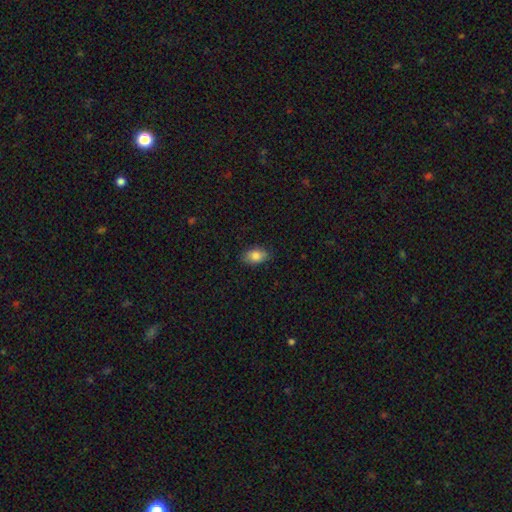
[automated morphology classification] Q: Smooth or featured?
A: smooth (84%); runner-up: featured or disk (8%)
Q: How rounded?
A: in between (88%); runner-up: round (10%)
Q: Merging?
A: none (85%); runner-up: minor disturbance (12%)